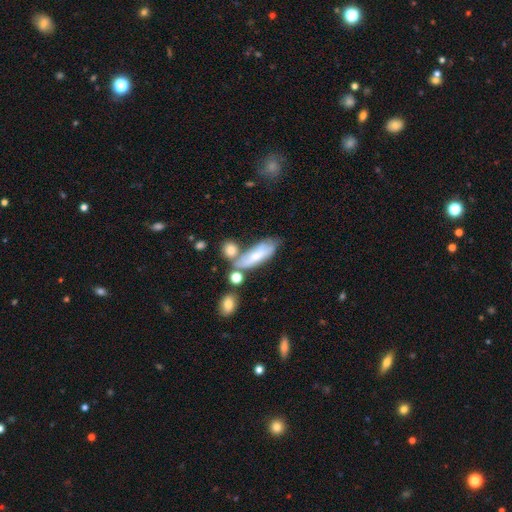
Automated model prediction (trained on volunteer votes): Smooth or featured?
  - smooth: 59% *
  - featured or disk: 32%
  - star or artifact: 8%
How rounded?
  - in between: 57% *
  - cigar-shaped: 40%
  - round: 3%
Merging?
  - none: 41% *
  - merger: 26%
  - minor disturbance: 22%
  - major disturbance: 11%